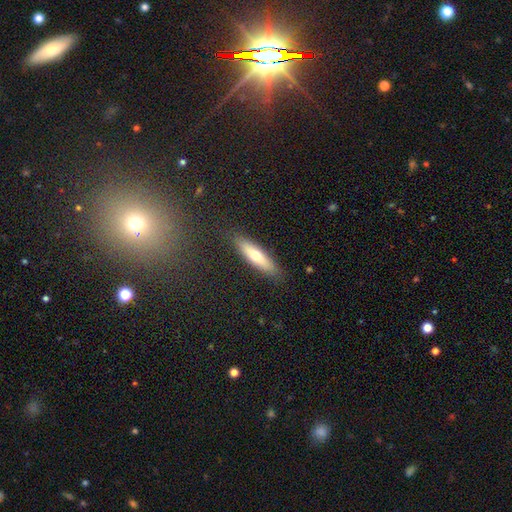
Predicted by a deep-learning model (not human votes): Smooth or featured?
  - smooth: 61% *
  - featured or disk: 33%
  - star or artifact: 6%
How rounded?
  - cigar-shaped: 69% *
  - in between: 29%
  - round: 2%
Merging?
  - none: 88% *
  - minor disturbance: 9%
  - major disturbance: 2%
  - merger: 1%